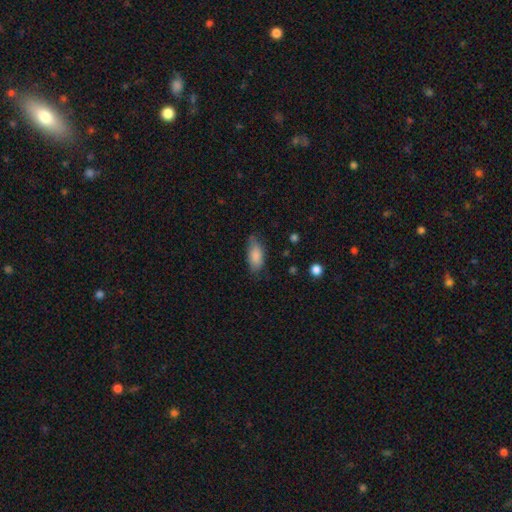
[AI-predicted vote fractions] This appears to be a smooth galaxy with no disk features (85%) that is in between round and cigar-shaped (86%). Merging: none (67%).